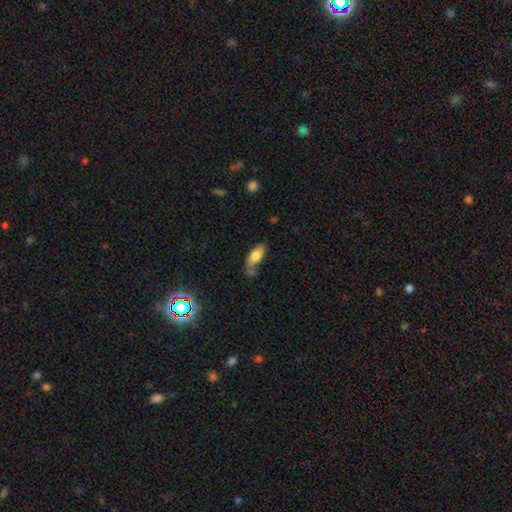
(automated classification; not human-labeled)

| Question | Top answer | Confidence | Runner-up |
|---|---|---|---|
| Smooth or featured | smooth | 74% | featured or disk (18%) |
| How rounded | in between | 83% | cigar-shaped (13%) |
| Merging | none | 38% | minor disturbance (27%) |